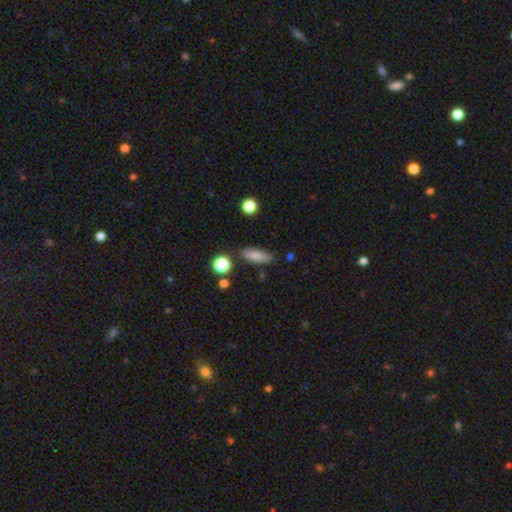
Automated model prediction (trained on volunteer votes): This is clearly a smooth galaxy (82%). How rounded: likely in between (62%). Merging: likely none (80%).